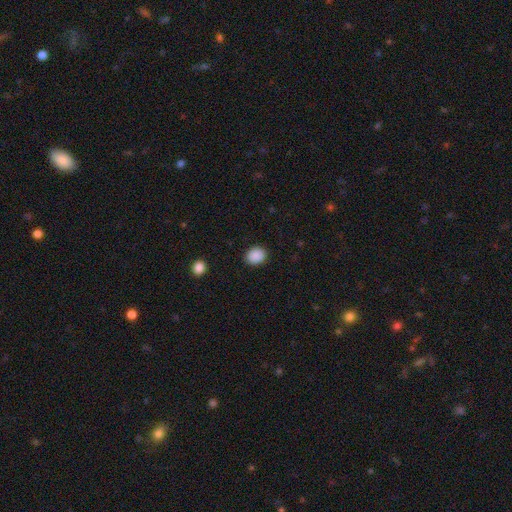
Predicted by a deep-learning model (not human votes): The model was most divided on "how rounded": round: 54%, in between: 45%, cigar-shaped: 1%. More confident: smooth or featured — smooth (89%); merging — none (89%).